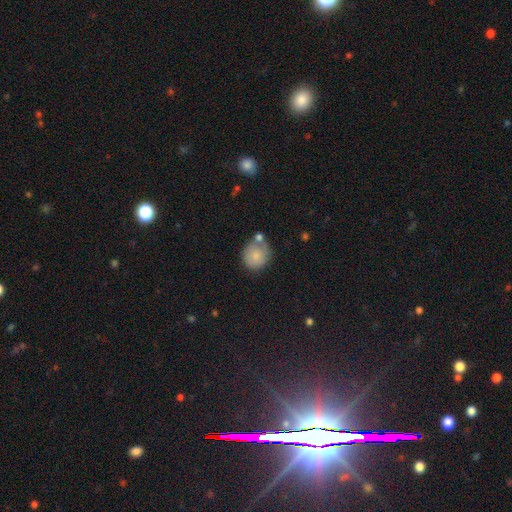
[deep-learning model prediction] smooth-or-featured: smooth: 82% | featured or disk: 10% | star or artifact: 8%
  how-rounded: round: 83% | in between: 16% | cigar-shaped: 1%
  merging: none: 56% | merger: 20% | minor disturbance: 18% | major disturbance: 6%